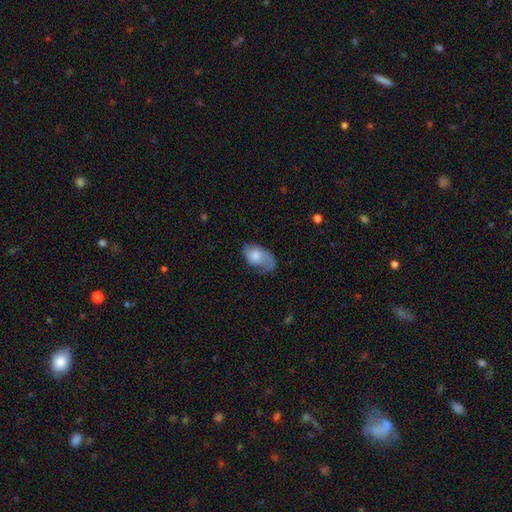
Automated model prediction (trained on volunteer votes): Smooth or featured?
  - smooth: 58% *
  - featured or disk: 35%
  - star or artifact: 7%
How rounded?
  - in between: 91% *
  - round: 7%
  - cigar-shaped: 2%
Merging?
  - none: 40% *
  - minor disturbance: 33%
  - major disturbance: 25%
  - merger: 2%